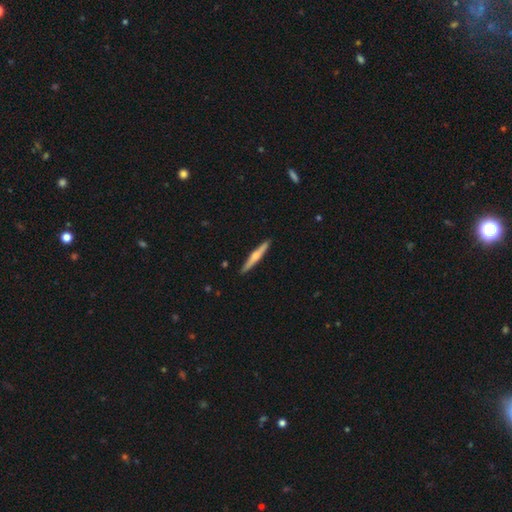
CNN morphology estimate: Smooth or featured? Predicted: featured or disk (p=0.57). Edge-on disk? Predicted: yes (p=0.97). Edge-on bulge? Predicted: rounded (p=0.84). Merging? Predicted: none (p=0.91).